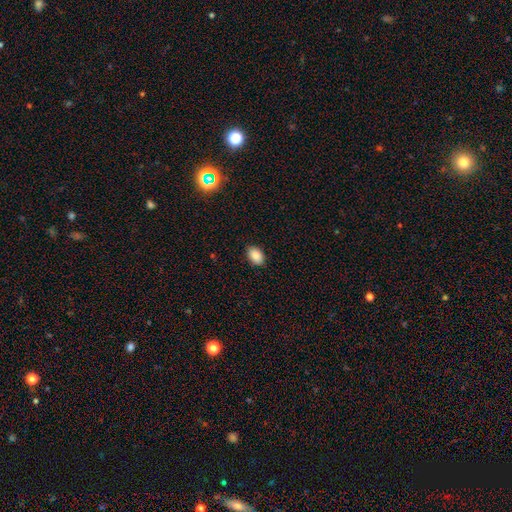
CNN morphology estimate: Smooth or featured? Predicted: smooth (p=0.87). How rounded? Predicted: in between (p=0.85). Merging? Predicted: none (p=0.88).